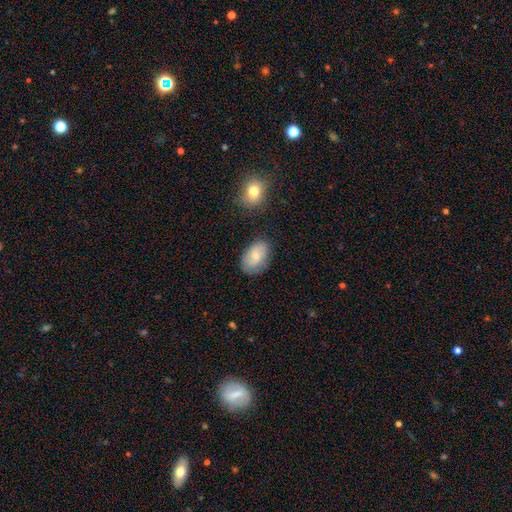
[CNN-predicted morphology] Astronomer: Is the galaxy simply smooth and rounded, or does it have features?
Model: smooth — 66%.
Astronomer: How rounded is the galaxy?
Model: in between — 86%.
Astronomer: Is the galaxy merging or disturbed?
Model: none — 73%.